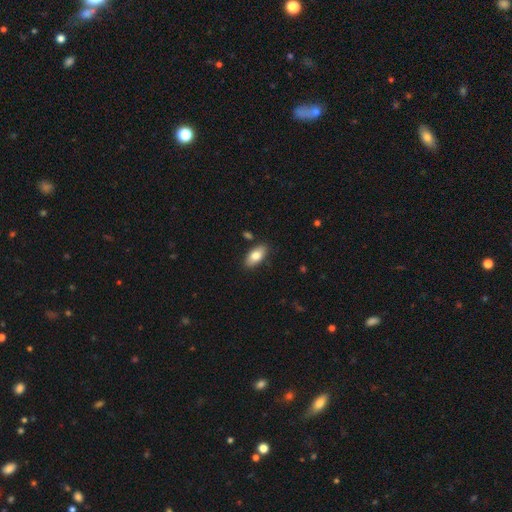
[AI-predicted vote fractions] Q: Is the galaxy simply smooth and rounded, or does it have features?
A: smooth — 80%.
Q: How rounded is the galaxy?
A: in between — 91%.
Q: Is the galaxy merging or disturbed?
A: none — 86%.